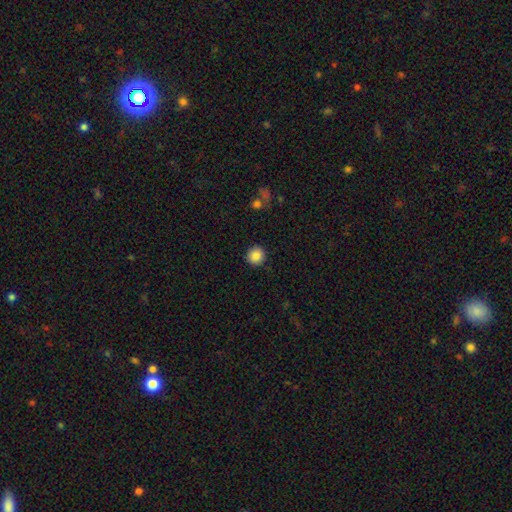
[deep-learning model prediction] smooth_or_featured: smooth (p=0.87) [alt: star or artifact p=0.09]
how_rounded: round (p=0.93) [alt: in between p=0.06]
merging: none (p=0.90) [alt: minor disturbance p=0.06]